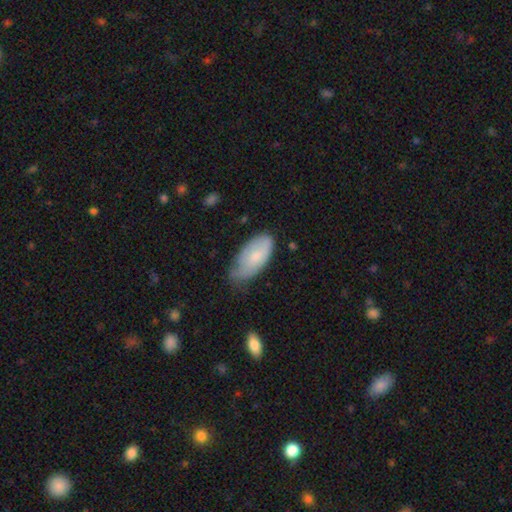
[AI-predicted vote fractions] Morphology: type=smooth (67%); roundness=in between (92%); merging=none (49%).